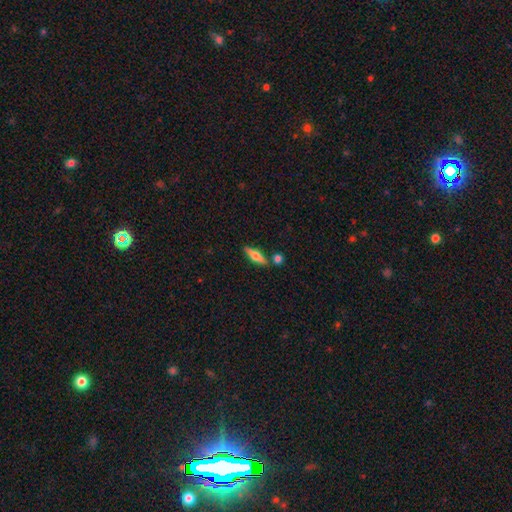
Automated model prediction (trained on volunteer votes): smooth_or_featured: smooth (p=0.52) [alt: featured or disk p=0.42]
how_rounded: cigar-shaped (p=0.61) [alt: in between p=0.36]
merging: none (p=0.79) [alt: minor disturbance p=0.10]